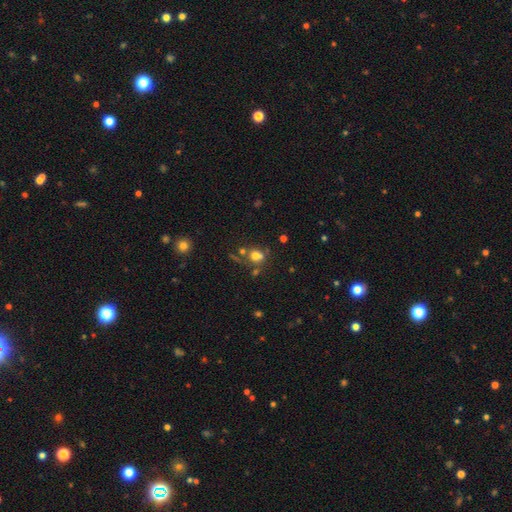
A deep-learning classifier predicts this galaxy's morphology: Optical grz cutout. It shows a smooth galaxy with no disk features (67%) that is round (67%). Merging: none (46%).